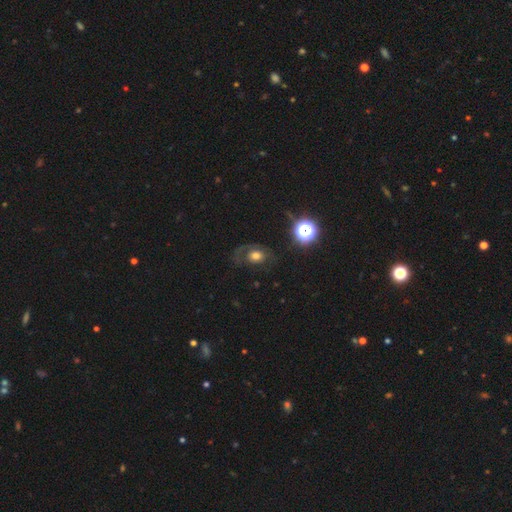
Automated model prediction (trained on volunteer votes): This appears to be a smooth galaxy with no disk features (51%) that is in between round and cigar-shaped (55%). Merging: none (49%).